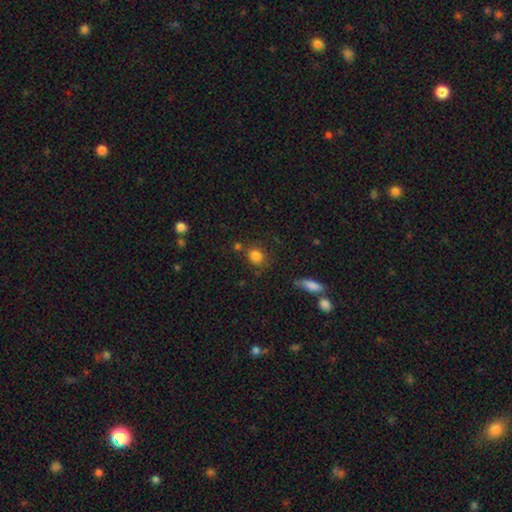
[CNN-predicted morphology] Smooth or featured? smooth (82%)
How rounded? round (68%)
Merging? none (71%)